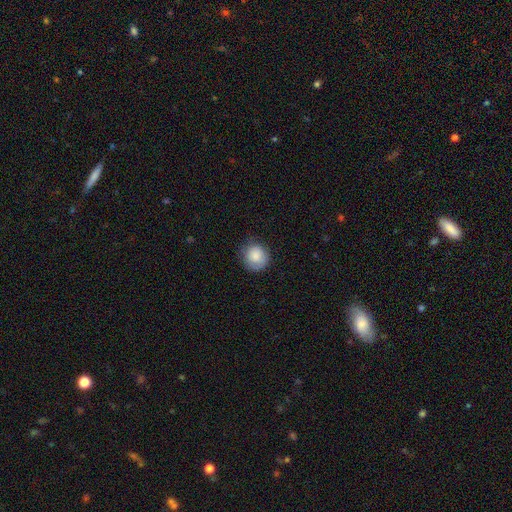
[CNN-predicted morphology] Overall: smooth (85%). How rounded: round (89%). Merging: none (75%).